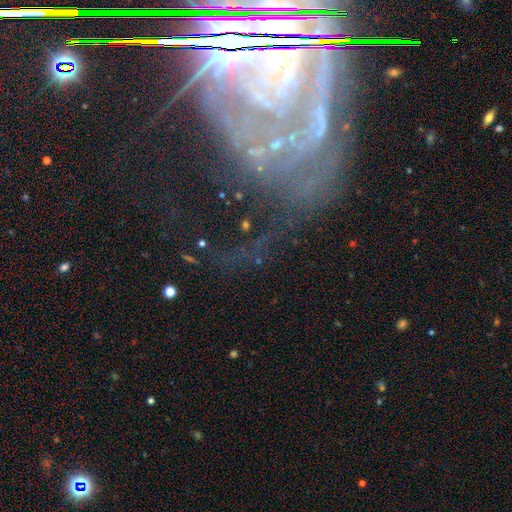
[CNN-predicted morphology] smooth_or_featured: featured or disk (p=0.68) [alt: star or artifact p=0.20]
disk_edge_on: no (p=0.94) [alt: yes p=0.06]
bar: no (p=0.50) [alt: weak p=0.28]
has_spiral_arms: yes (p=0.74) [alt: no p=0.26]
bulge_size: small (p=0.54) [alt: moderate p=0.21]
merging: none (p=0.45) [alt: major disturbance p=0.30]